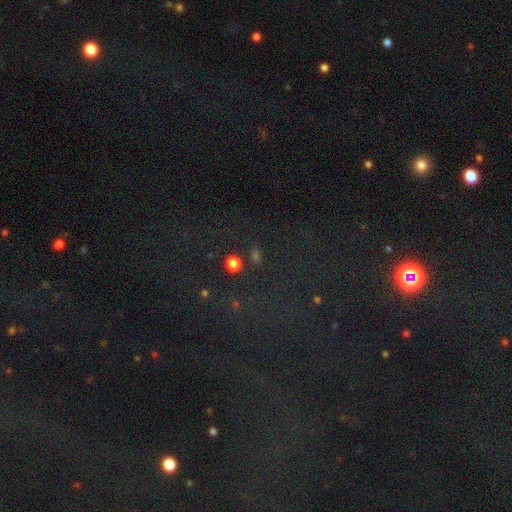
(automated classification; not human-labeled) smooth-or-featured: smooth: 47% | star or artifact: 44% | featured or disk: 9%
  merging: none: 76% | minor disturbance: 11% | merger: 7% | major disturbance: 6%